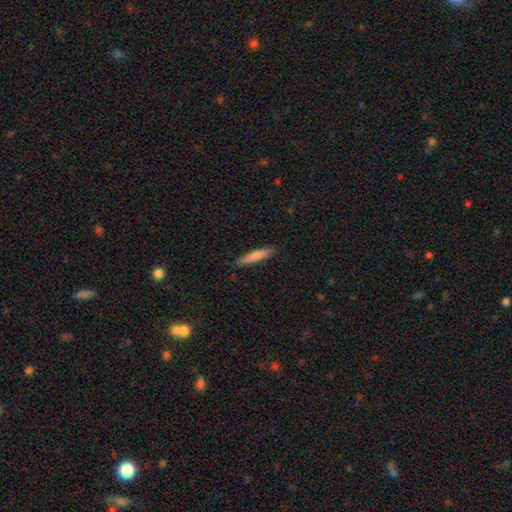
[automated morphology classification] This is likely a smooth galaxy (73%). How rounded: clearly cigar-shaped (91%). Merging: clearly none (89%).